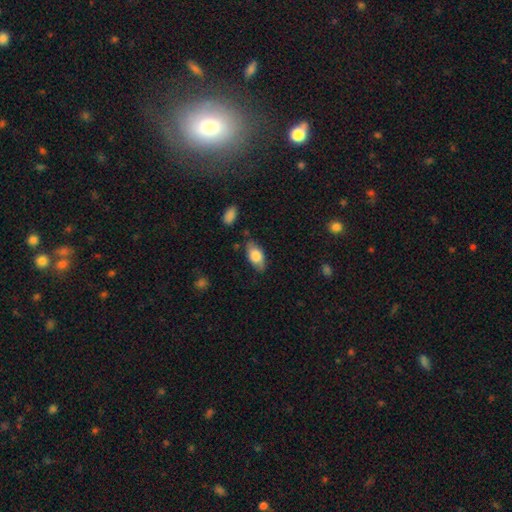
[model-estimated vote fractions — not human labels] A smooth galaxy with no disk features (75%) that is in between round and cigar-shaped (89%). Merging: none (77%).